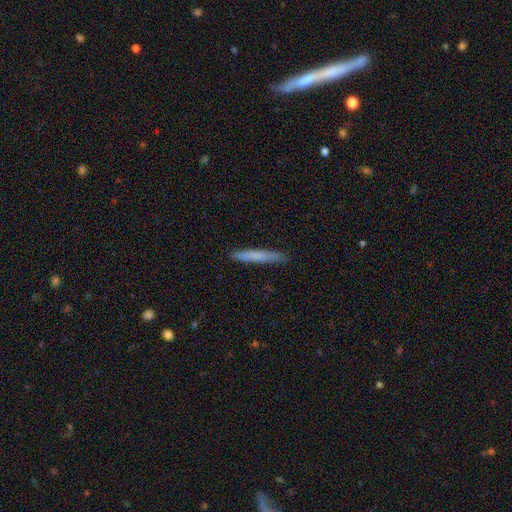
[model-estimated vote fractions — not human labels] Morphology: type=smooth (72%); roundness=cigar-shaped (96%); merging=none (89%).